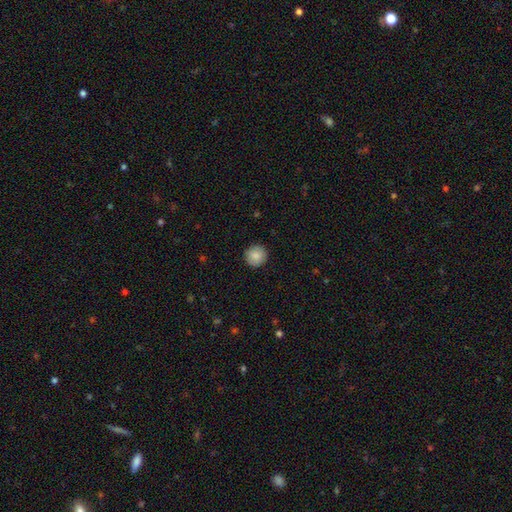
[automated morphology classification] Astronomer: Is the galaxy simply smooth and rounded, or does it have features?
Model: smooth — 87%.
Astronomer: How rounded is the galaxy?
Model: round — 94%.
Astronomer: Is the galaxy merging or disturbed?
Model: none — 91%.